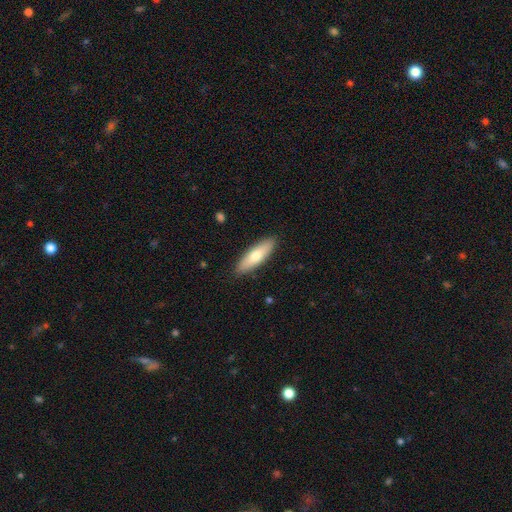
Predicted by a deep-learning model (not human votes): Smooth or featured?
  - smooth: 71% *
  - featured or disk: 23%
  - star or artifact: 5%
How rounded?
  - cigar-shaped: 57% *
  - in between: 42%
  - round: 2%
Merging?
  - none: 89% *
  - minor disturbance: 8%
  - major disturbance: 2%
  - merger: 1%